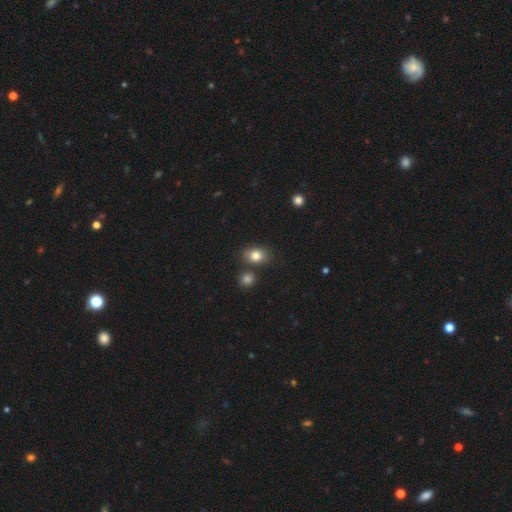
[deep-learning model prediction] This is clearly a smooth galaxy (81%). How rounded: possibly in between (59%). Merging: likely none (72%).